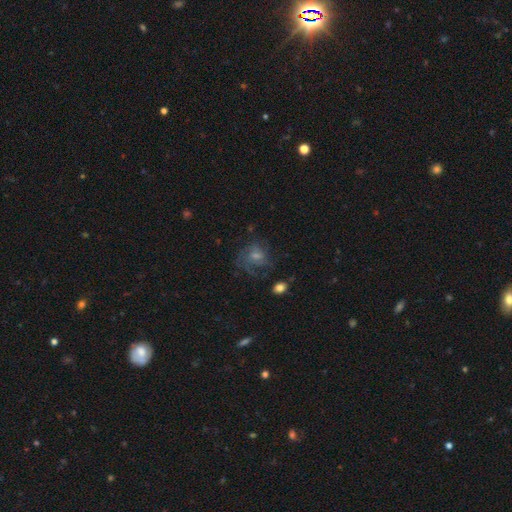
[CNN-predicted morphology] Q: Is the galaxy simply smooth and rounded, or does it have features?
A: featured or disk — 56%.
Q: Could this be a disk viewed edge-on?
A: no — 97%.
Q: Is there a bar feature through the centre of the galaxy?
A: no — 60%.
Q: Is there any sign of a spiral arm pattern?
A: yes — 76%.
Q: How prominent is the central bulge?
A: small — 44%.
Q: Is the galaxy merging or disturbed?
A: none — 48%.